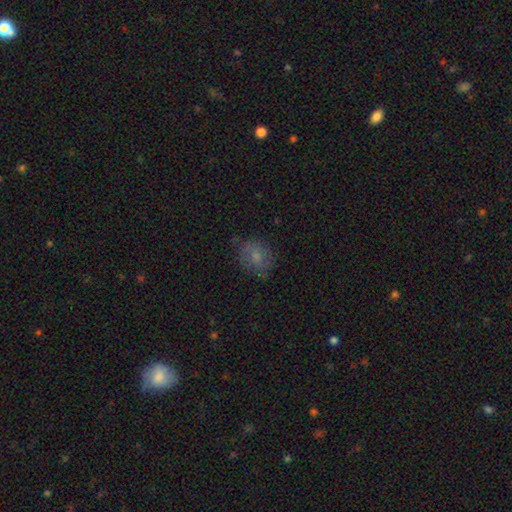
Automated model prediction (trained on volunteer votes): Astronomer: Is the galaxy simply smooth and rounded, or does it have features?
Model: smooth — 70%.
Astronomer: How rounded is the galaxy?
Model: round — 57% (runner-up: in between, 42%).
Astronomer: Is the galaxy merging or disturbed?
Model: none — 69%.